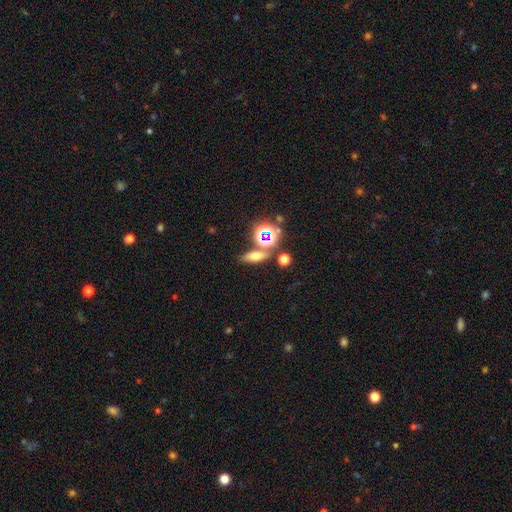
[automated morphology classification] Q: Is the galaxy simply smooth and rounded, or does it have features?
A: smooth — 55%.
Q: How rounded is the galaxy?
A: in between — 49%.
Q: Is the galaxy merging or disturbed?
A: none — 71%.